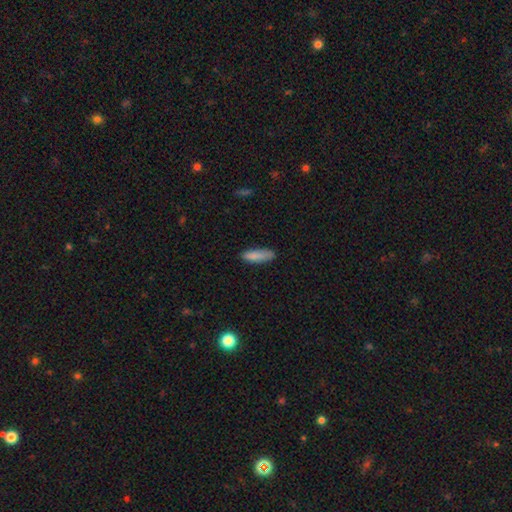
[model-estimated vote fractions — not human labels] Smooth or featured? Predicted: smooth (p=0.86). How rounded? Predicted: cigar-shaped (p=0.51). Merging? Predicted: none (p=0.77).